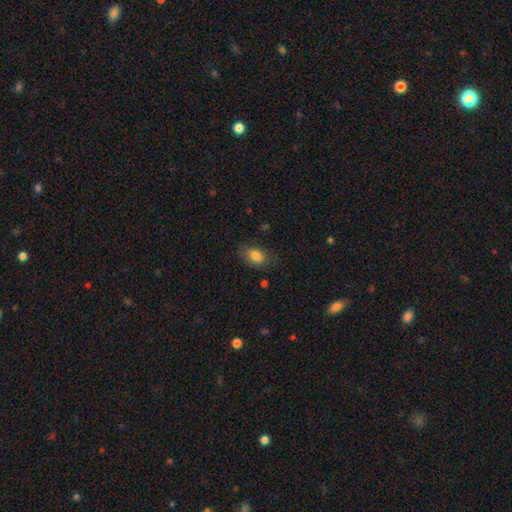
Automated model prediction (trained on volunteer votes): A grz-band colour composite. It shows a smooth galaxy with no disk features (83%) that is in between round and cigar-shaped (83%). Merging: none (76%).